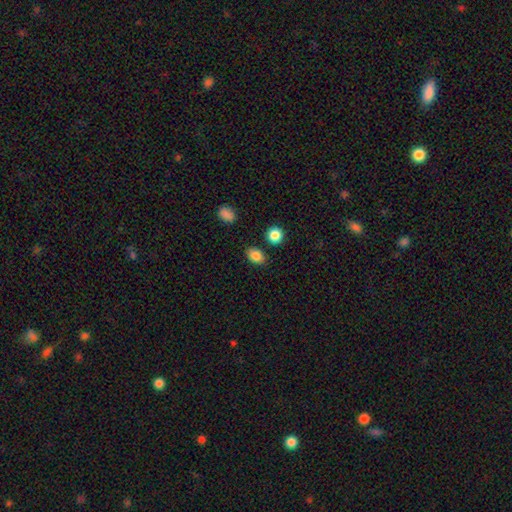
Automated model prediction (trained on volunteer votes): Smooth or featured?
  - smooth: 85% *
  - star or artifact: 10%
  - featured or disk: 5%
How rounded?
  - in between: 71% *
  - round: 27%
  - cigar-shaped: 1%
Merging?
  - none: 82% *
  - minor disturbance: 11%
  - merger: 5%
  - major disturbance: 3%